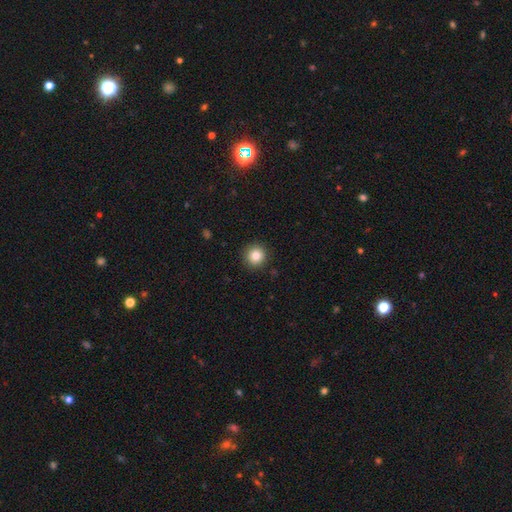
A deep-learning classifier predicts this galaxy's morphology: This appears to be a smooth galaxy with no disk features (83%) that is round (95%). Merging: none (92%).